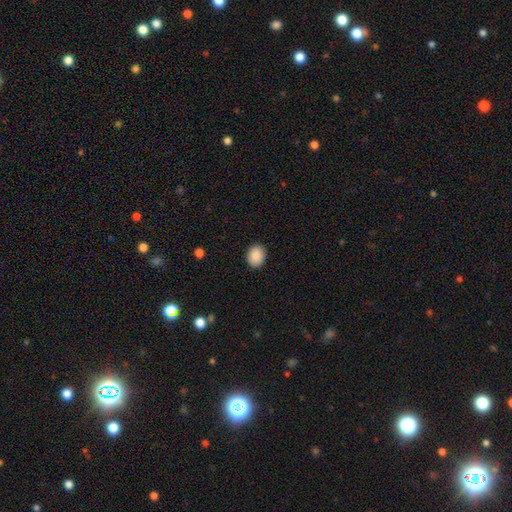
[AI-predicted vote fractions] Smooth or featured?
  - smooth: 90% *
  - star or artifact: 8%
  - featured or disk: 3%
How rounded?
  - in between: 51% *
  - round: 48%
  - cigar-shaped: 1%
Merging?
  - none: 90% *
  - minor disturbance: 7%
  - major disturbance: 2%
  - merger: 1%